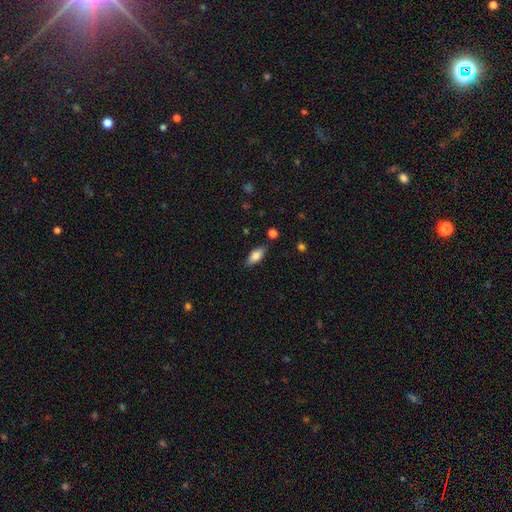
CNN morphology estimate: Smooth or featured: smooth — 80% (featured or disk — 13%)
How rounded: in between — 85% (cigar-shaped — 13%)
Merging: none — 82% (minor disturbance — 13%)